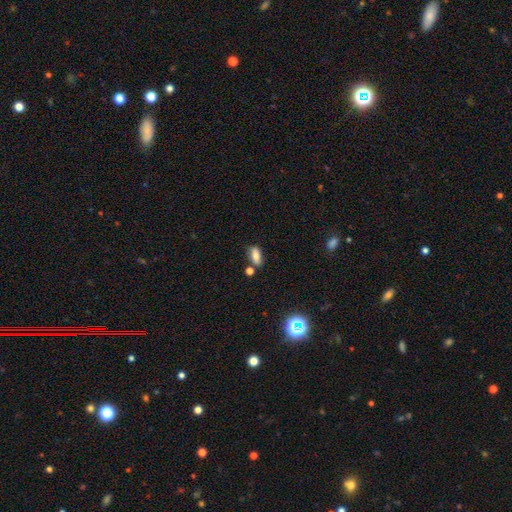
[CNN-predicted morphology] smooth 75%, featured or disk 15%, star or artifact 10%. Down the decision tree: how rounded — in between (77%); merging — none (68%).